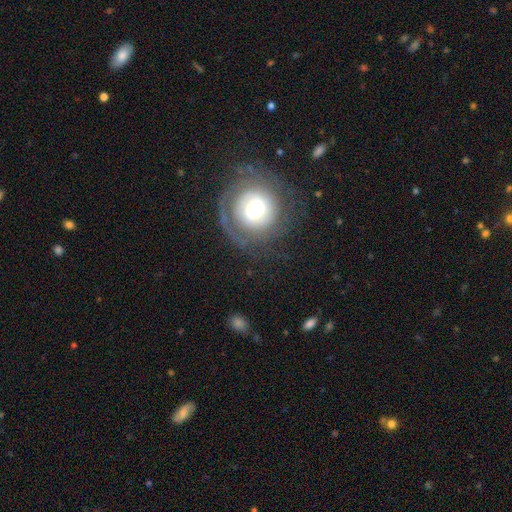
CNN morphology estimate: Smooth or featured?
  - featured or disk: 58% *
  - smooth: 29%
  - star or artifact: 13%
Edge-on disk?
  - no: 96% *
  - yes: 4%
Bar?
  - no: 78% *
  - weak: 16%
  - strong: 6%
Spiral arms?
  - yes: 70% *
  - no: 30%
Bulge size?
  - moderate: 53% *
  - large: 28%
  - small: 12%
  - dominant: 5%
  - none: 2%
Merging?
  - none: 73% *
  - minor disturbance: 14%
  - major disturbance: 12%
  - merger: 2%